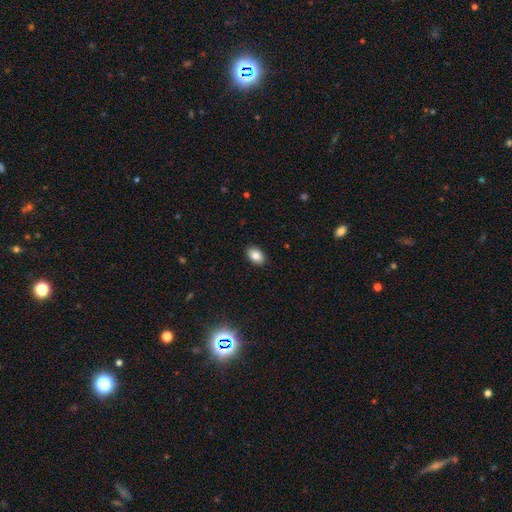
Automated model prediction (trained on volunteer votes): This appears to be a smooth galaxy with no disk features (84%) that is in between round and cigar-shaped (87%). Merging: none (90%).